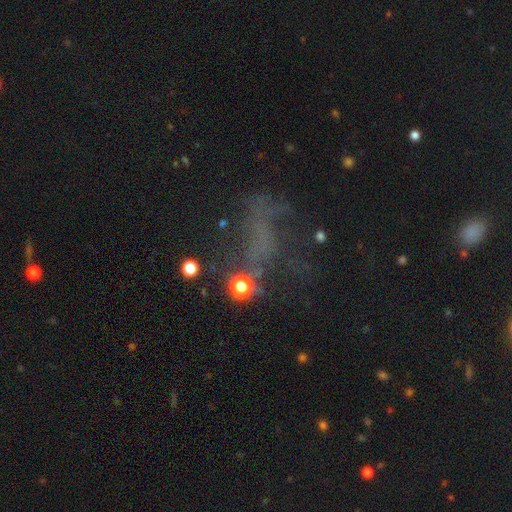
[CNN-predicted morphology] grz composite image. It shows a star or artifact, not a galaxy (43%).